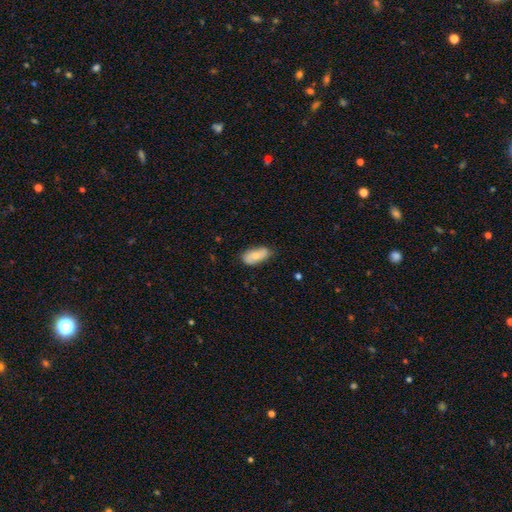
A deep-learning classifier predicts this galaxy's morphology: Overall: smooth (69%). How rounded: in between (89%). Merging: none (72%).